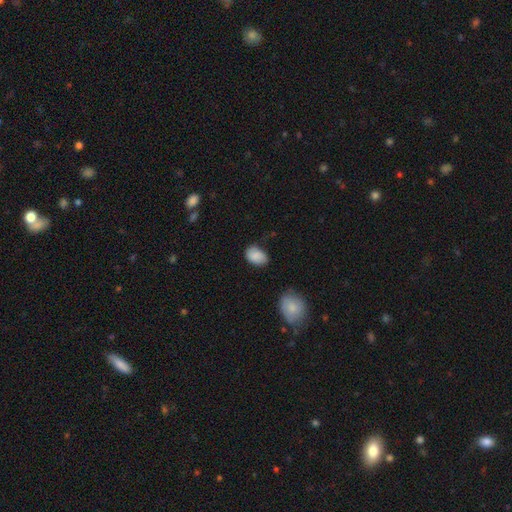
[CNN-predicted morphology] Smooth or featured? smooth (87%)
How rounded? in between (84%)
Merging? none (69%)